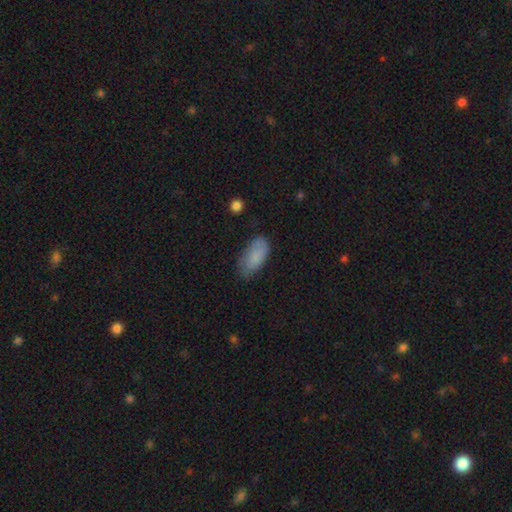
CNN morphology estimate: This is clearly a smooth galaxy (84%). How rounded: clearly in between (91%). Merging: likely none (66%).